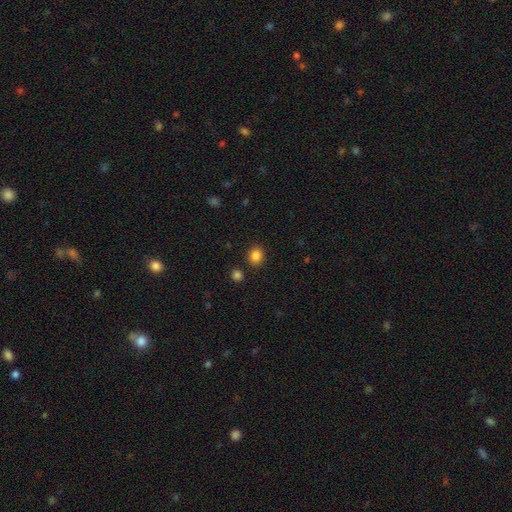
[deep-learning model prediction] Smooth or featured: smooth — 86% (star or artifact — 11%)
How rounded: round — 67% (in between — 32%)
Merging: none — 86% (minor disturbance — 8%)